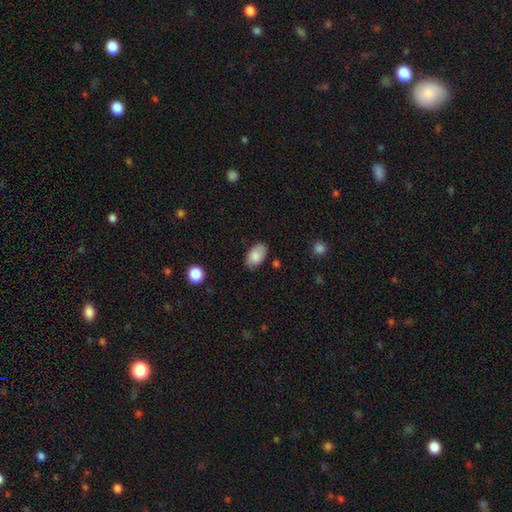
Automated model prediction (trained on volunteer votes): Smooth or featured? smooth (83%)
How rounded? in between (93%)
Merging? none (76%)